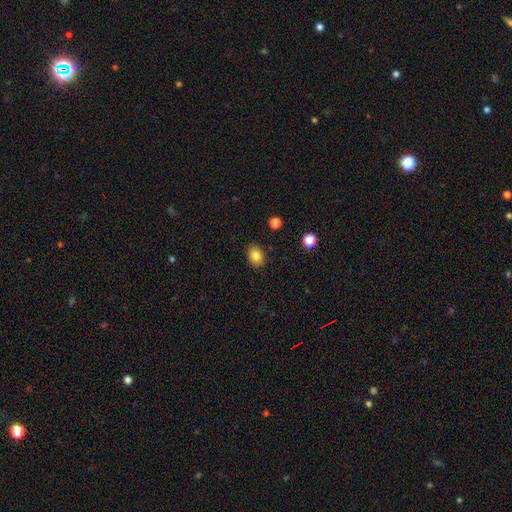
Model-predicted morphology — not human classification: type=smooth (83%); roundness=in between (65%); merging=none (88%).